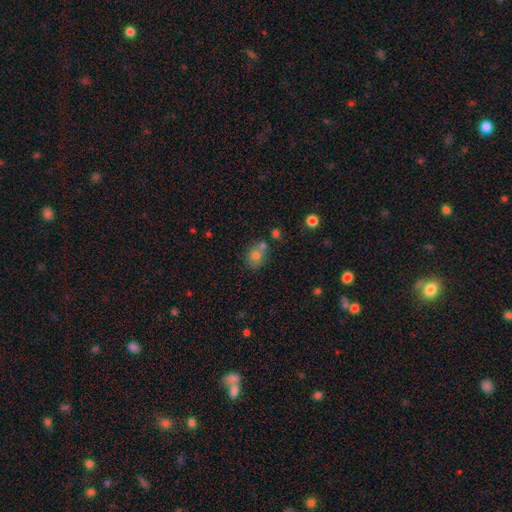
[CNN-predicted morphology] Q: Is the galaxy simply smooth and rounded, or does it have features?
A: smooth — 74%.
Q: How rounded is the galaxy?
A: round — 59%.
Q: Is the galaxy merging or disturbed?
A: none — 49%.